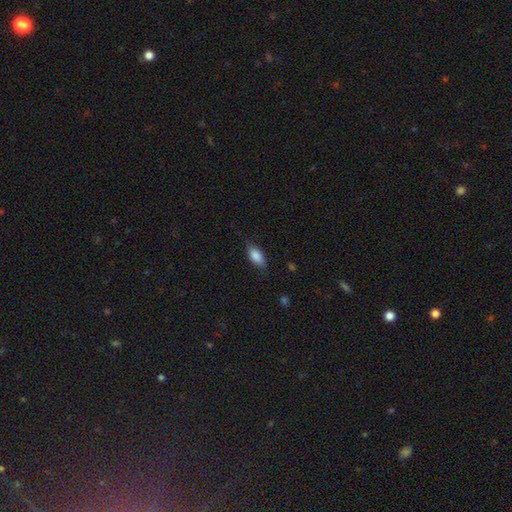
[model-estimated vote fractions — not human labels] smooth_or_featured: smooth (p=0.85) [alt: featured or disk p=0.08]
how_rounded: in between (p=0.88) [alt: cigar-shaped p=0.09]
merging: none (p=0.77) [alt: minor disturbance p=0.18]